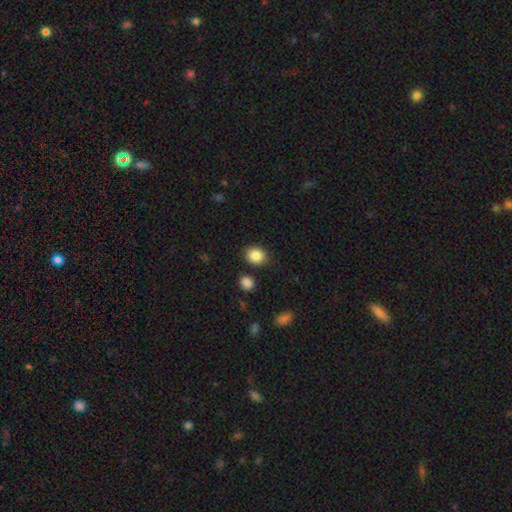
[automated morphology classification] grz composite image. It shows a smooth galaxy with no disk features (87%) that is round (65%). Merging: none (82%).